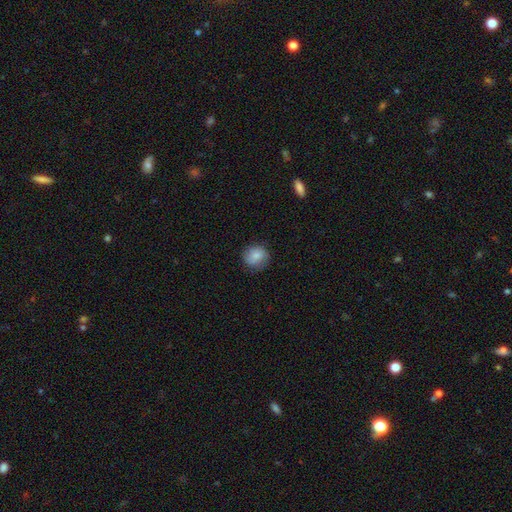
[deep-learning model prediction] Smooth or featured? Predicted: smooth (p=0.82). How rounded? Predicted: round (p=0.84). Merging? Predicted: none (p=0.81).